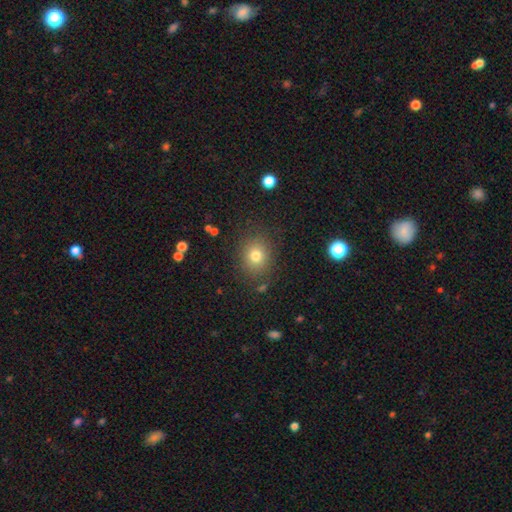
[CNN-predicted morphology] smooth 77%, star or artifact 14%, featured or disk 9%. Down the decision tree: how rounded — round (63%); merging — none (84%).